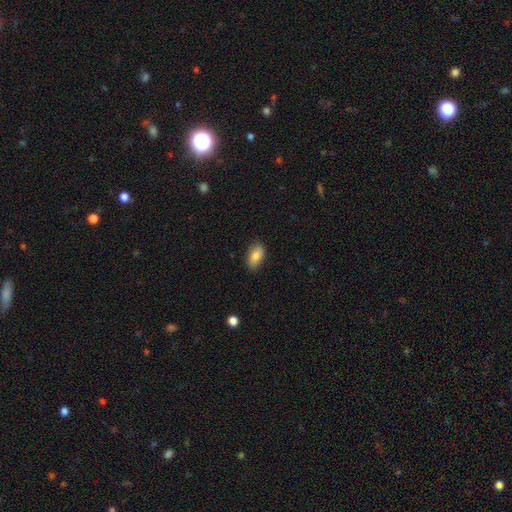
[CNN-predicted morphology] Q: Smooth or featured?
A: smooth (81%); runner-up: featured or disk (12%)
Q: How rounded?
A: in between (91%); runner-up: cigar-shaped (5%)
Q: Merging?
A: none (82%); runner-up: minor disturbance (14%)